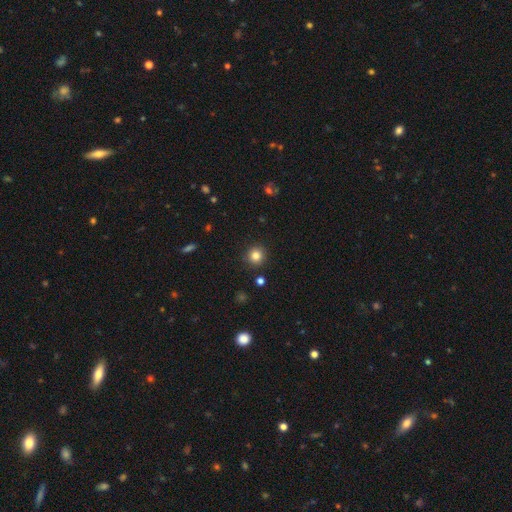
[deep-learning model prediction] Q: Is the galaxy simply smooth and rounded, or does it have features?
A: smooth — 83%.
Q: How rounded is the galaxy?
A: round — 93%.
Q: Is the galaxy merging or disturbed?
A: none — 91%.